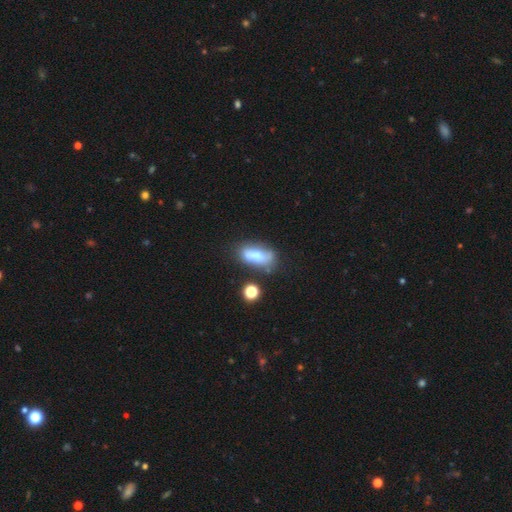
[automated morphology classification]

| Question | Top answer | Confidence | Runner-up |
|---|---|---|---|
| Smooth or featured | smooth | 67% | featured or disk (23%) |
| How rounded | in between | 77% | cigar-shaped (19%) |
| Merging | none | 51% | minor disturbance (26%) |